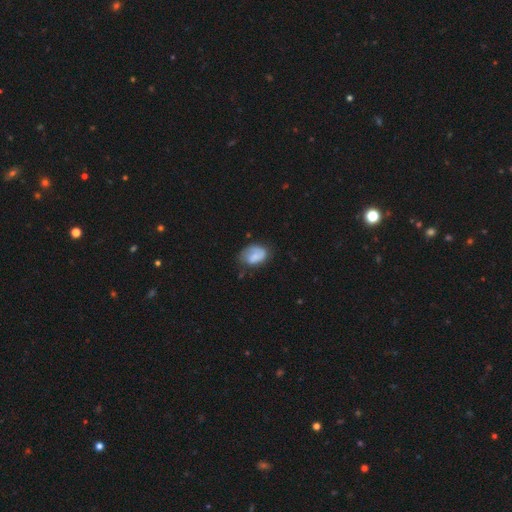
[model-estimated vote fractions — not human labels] This is possibly a smooth galaxy (59%). How rounded: likely in between (78%). Merging: possibly none (51%).